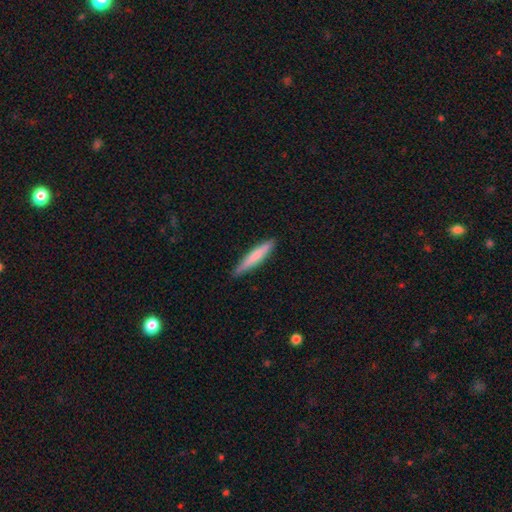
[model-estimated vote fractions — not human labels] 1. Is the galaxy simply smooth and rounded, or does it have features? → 72% smooth, 23% featured or disk, 5% star or artifact.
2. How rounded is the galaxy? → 92% cigar-shaped, 7% in between, 1% round.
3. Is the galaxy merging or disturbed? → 87% none, 11% minor disturbance, 2% major disturbance, 1% merger.